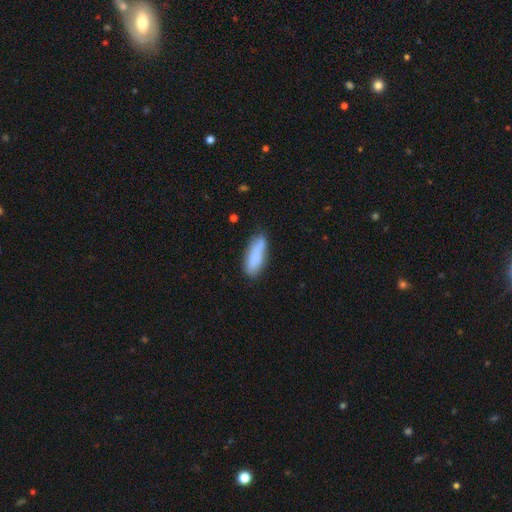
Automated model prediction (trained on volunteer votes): A smooth galaxy with no disk features (84%) that is in between round and cigar-shaped (55%). Merging: none (74%).